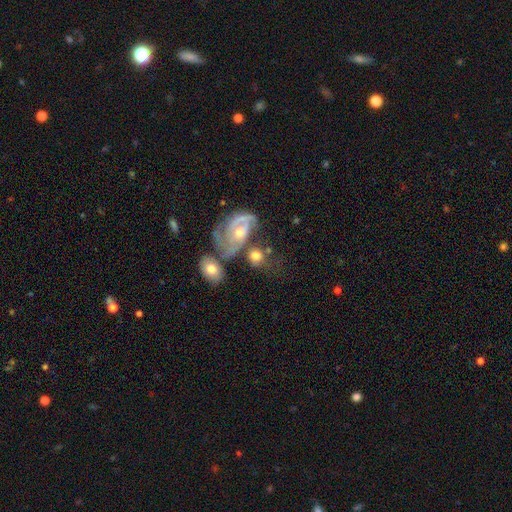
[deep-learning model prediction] smooth-or-featured: smooth: 52% | featured or disk: 39% | star or artifact: 9%
  how-rounded: round: 57% | in between: 41% | cigar-shaped: 2%
  merging: merger: 35% | none: 33% | major disturbance: 16% | minor disturbance: 16%